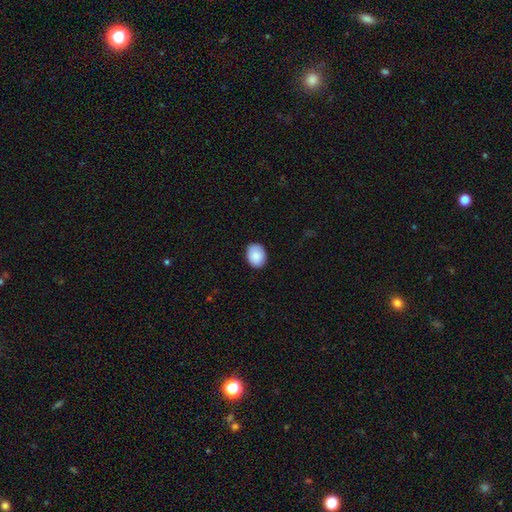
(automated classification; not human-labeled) Smooth or featured?
  - smooth: 88% *
  - star or artifact: 7%
  - featured or disk: 6%
How rounded?
  - in between: 64% *
  - round: 35%
  - cigar-shaped: 1%
Merging?
  - none: 86% *
  - minor disturbance: 11%
  - major disturbance: 2%
  - merger: 1%